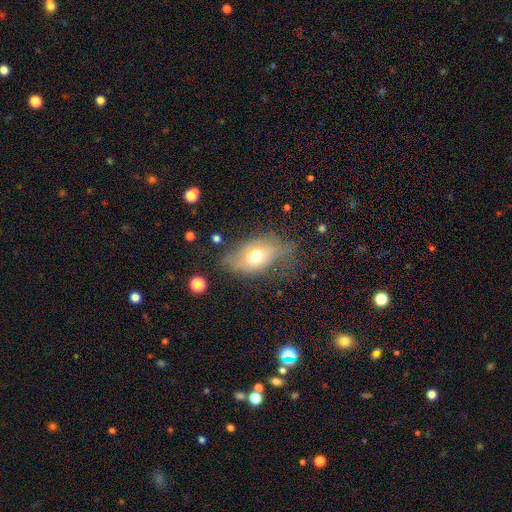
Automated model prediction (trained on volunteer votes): smooth_or_featured: smooth (p=0.60) [alt: featured or disk p=0.30]
how_rounded: in between (p=0.86) [alt: round p=0.08]
merging: none (p=0.50) [alt: minor disturbance p=0.30]